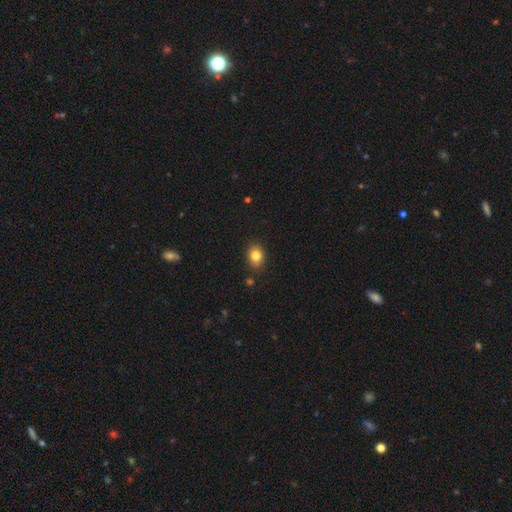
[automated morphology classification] The model was most divided on "how rounded": in between: 58%, round: 41%, cigar-shaped: 1%. More confident: merging — none (86%); smooth or featured — smooth (82%).